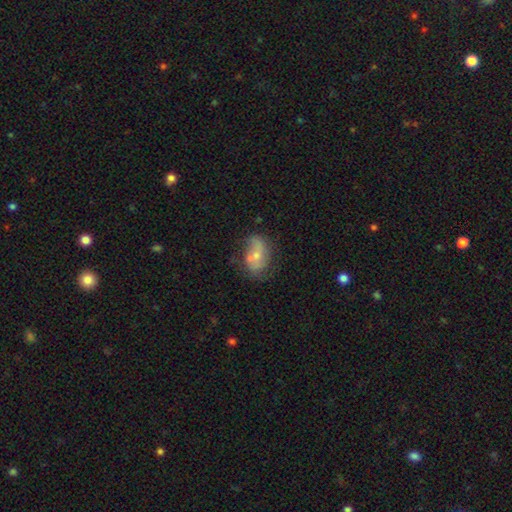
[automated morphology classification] This appears to be a featured or disk galaxy (50%). Merging: none (46%).